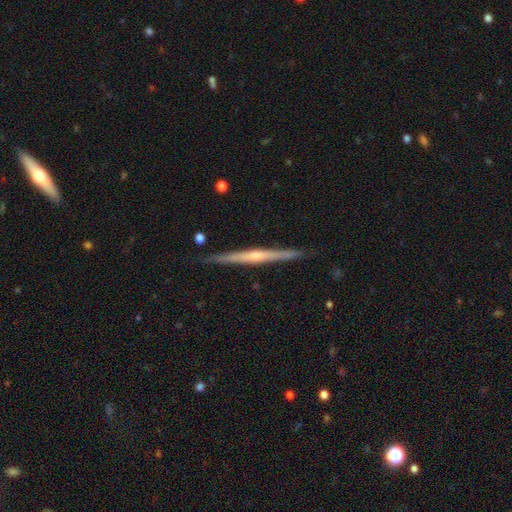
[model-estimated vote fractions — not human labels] smooth_or_featured: featured or disk (p=0.80) [alt: smooth p=0.14]
disk_edge_on: yes (p=0.98) [alt: no p=0.02]
edge_on_bulge: rounded (p=0.68) [alt: none p=0.24]
merging: none (p=0.91) [alt: minor disturbance p=0.07]